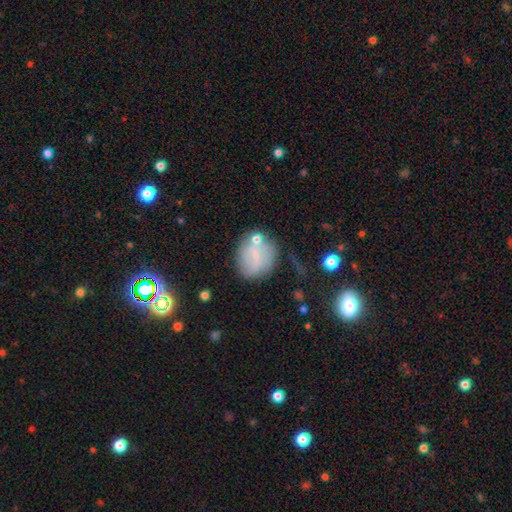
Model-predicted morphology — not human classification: The model was most divided on "smooth or featured": smooth: 57%, featured or disk: 33%, star or artifact: 10%. More confident: how rounded — round (67%); merging — none (55%).